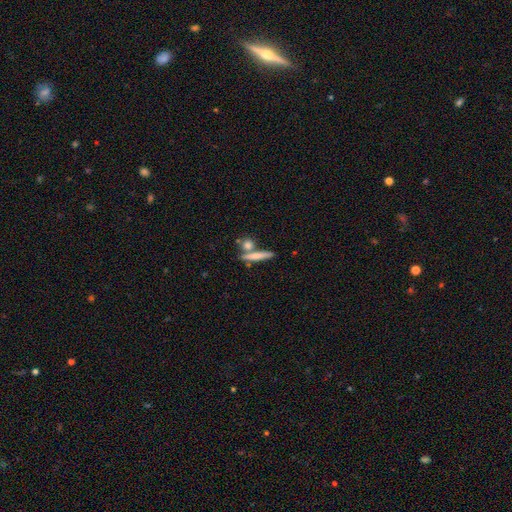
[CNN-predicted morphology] Overall: smooth (68%). How rounded: cigar-shaped (77%). Merging: none (67%).